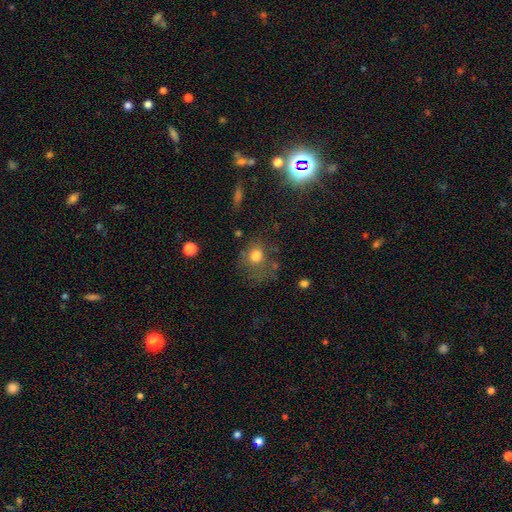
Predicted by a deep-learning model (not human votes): smooth-or-featured: smooth: 73% | star or artifact: 14% | featured or disk: 13%
  how-rounded: round: 70% | in between: 29% | cigar-shaped: 1%
  merging: none: 56% | minor disturbance: 21% | major disturbance: 18% | merger: 6%